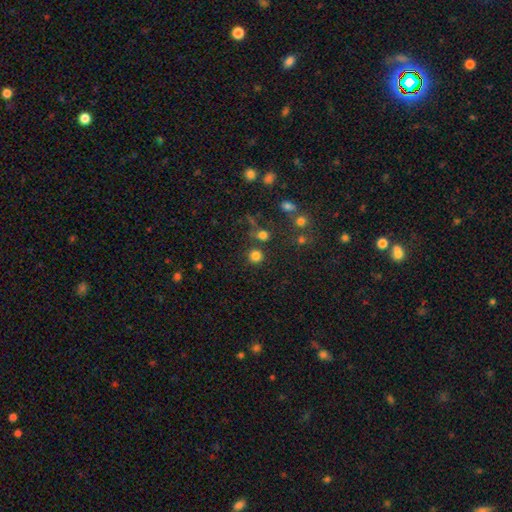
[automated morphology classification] type=smooth (78%); roundness=round (92%); merging=none (79%).